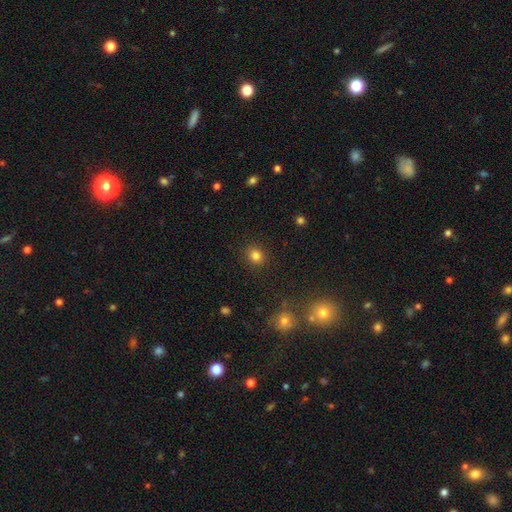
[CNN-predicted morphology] Overall: smooth (82%). How rounded: round (82%). Merging: none (90%).